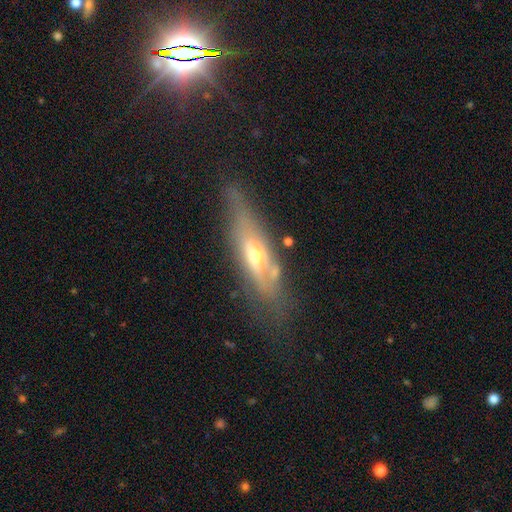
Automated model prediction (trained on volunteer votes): The model was most divided on "edge-on disk": yes: 67%, no: 33%. More confident: smooth or featured — featured or disk (65%); merging — none (59%).